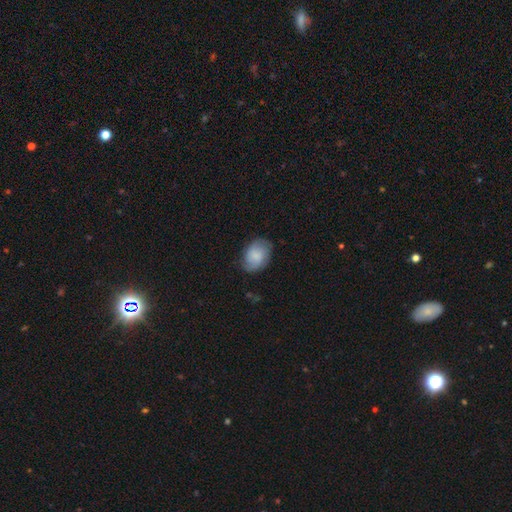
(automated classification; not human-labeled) Smooth or featured?
  - smooth: 64% *
  - featured or disk: 29%
  - star or artifact: 7%
How rounded?
  - in between: 76% *
  - round: 23%
  - cigar-shaped: 1%
Merging?
  - none: 72% *
  - minor disturbance: 21%
  - major disturbance: 5%
  - merger: 1%